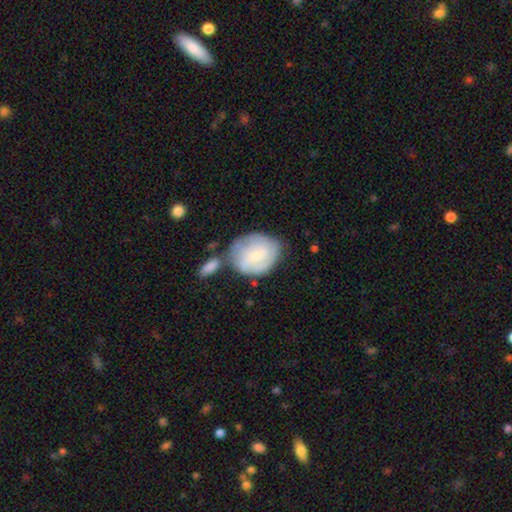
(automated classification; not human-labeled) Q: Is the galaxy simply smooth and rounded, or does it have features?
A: featured or disk — 50%.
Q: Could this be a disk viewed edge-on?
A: no — 97%.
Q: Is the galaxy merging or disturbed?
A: none — 49%.